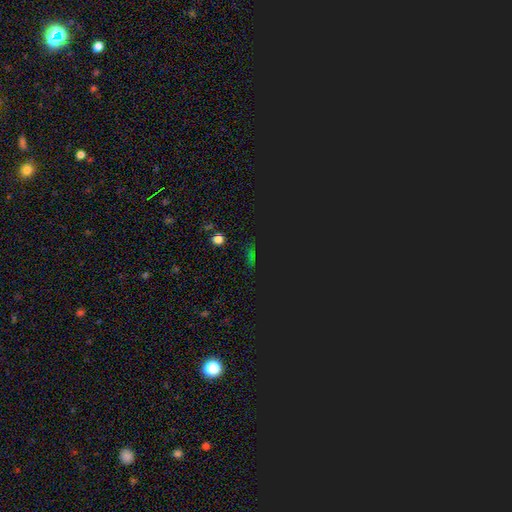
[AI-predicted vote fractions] smooth_or_featured: star or artifact (p=0.64) [alt: smooth p=0.27]